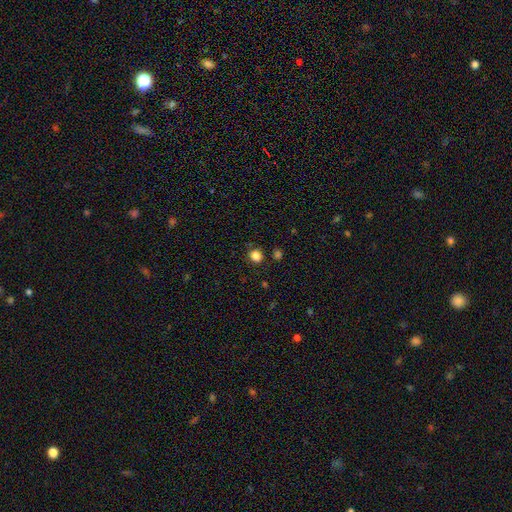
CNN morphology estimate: The model was most divided on "how rounded": round: 72%, in between: 27%, cigar-shaped: 1%. More confident: merging — none (85%); smooth or featured — smooth (84%).